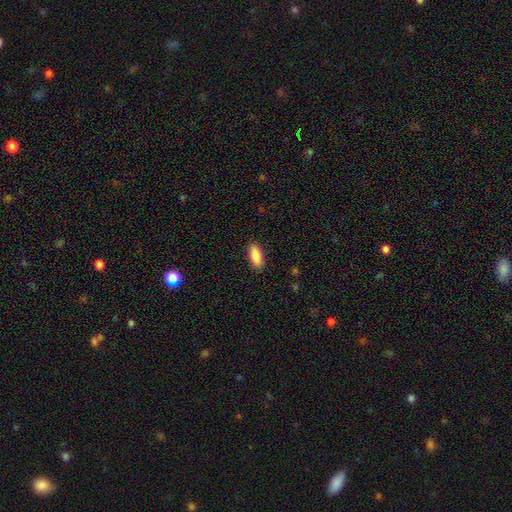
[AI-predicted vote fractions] A smooth galaxy with no disk features (89%) that is in between round and cigar-shaped (85%). Merging: none (89%).